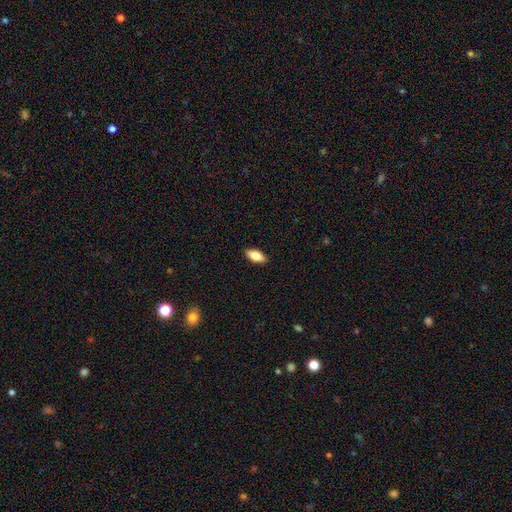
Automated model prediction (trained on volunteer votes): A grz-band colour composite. It shows a smooth galaxy with no disk features (80%) that is in between round and cigar-shaped (87%). Merging: none (90%).